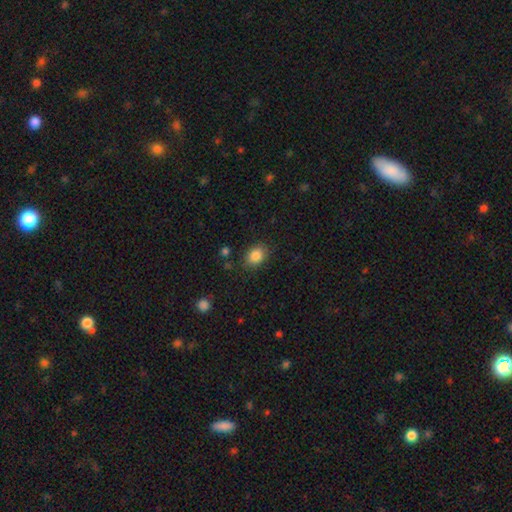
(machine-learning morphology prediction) Smooth or featured? smooth (86%)
How rounded? in between (61%)
Merging? none (82%)